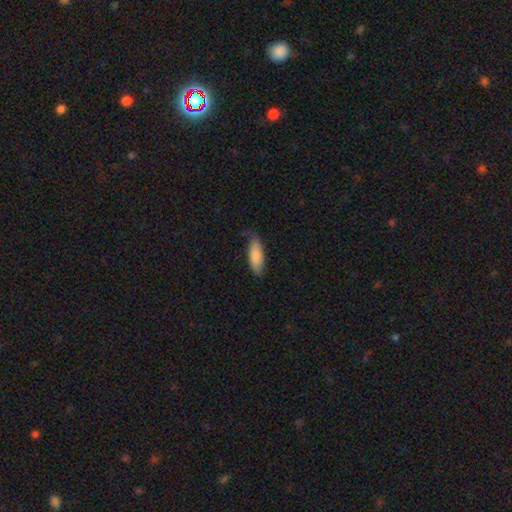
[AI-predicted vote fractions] smooth_or_featured: smooth (p=0.85) [alt: featured or disk p=0.10]
how_rounded: in between (p=0.72) [alt: cigar-shaped p=0.27]
merging: none (p=0.65) [alt: minor disturbance p=0.28]